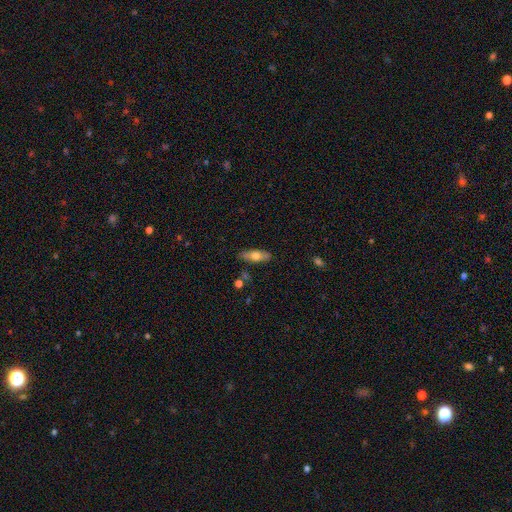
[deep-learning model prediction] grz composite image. It shows a smooth galaxy with no disk features (60%) that is in between round and cigar-shaped (57%). Merging: none (84%).